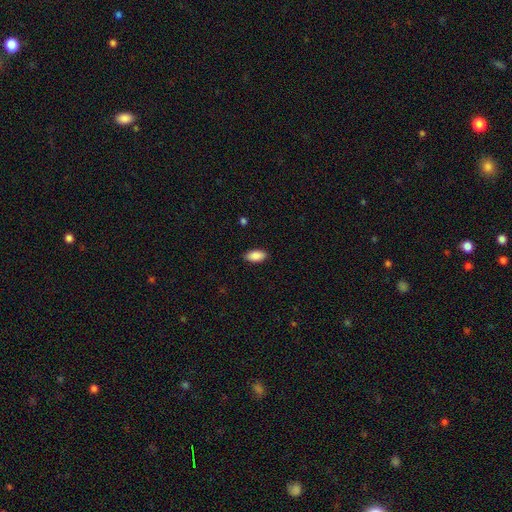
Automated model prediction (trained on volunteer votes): This is clearly a smooth galaxy (90%). How rounded: clearly in between (93%). Merging: clearly none (88%).